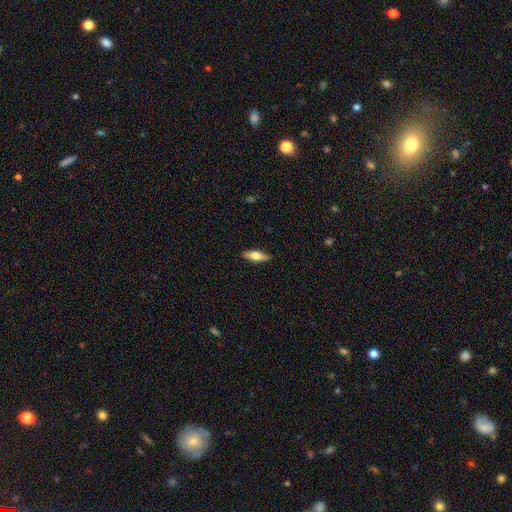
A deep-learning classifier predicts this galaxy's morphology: Smooth or featured? smooth (56%)
How rounded? in between (55%)
Merging? none (88%)